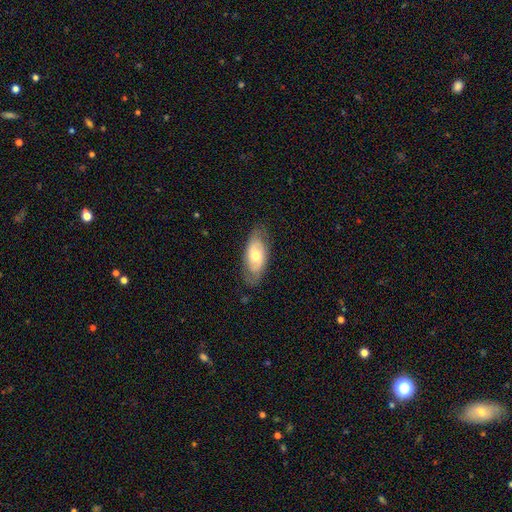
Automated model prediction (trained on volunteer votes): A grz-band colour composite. It shows a featured or disk galaxy (48%). Merging: none (75%).